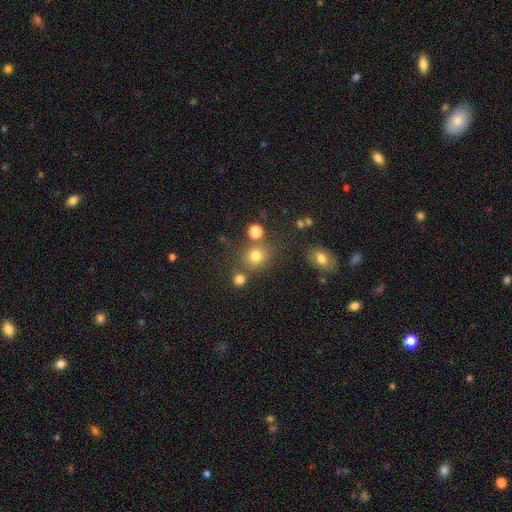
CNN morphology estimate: smooth_or_featured: smooth (p=0.76) [alt: star or artifact p=0.17]
how_rounded: round (p=0.85) [alt: in between p=0.14]
merging: none (p=0.74) [alt: merger p=0.12]